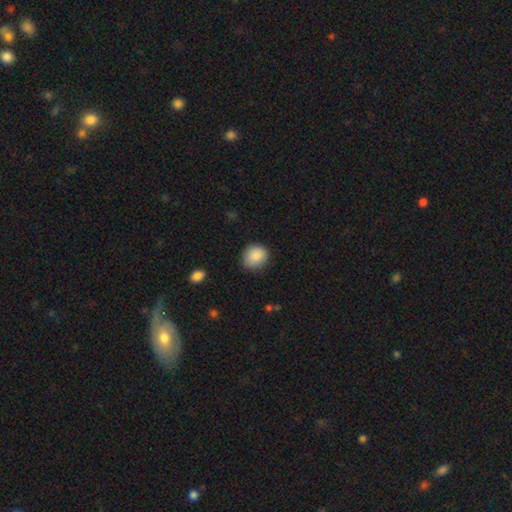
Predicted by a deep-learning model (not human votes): Smooth or featured? smooth (88%)
How rounded? round (71%)
Merging? none (82%)